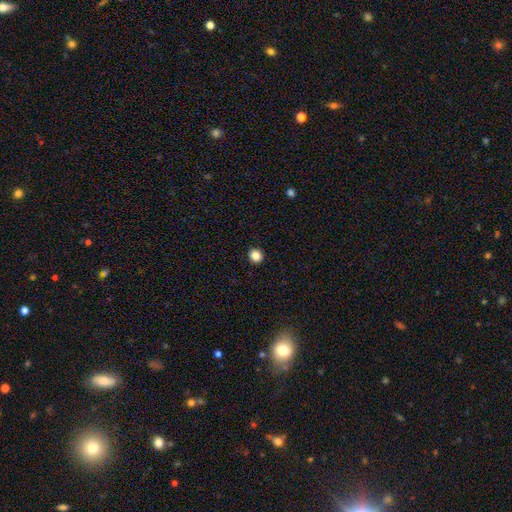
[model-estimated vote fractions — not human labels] Smooth or featured? smooth (85%)
How rounded? round (86%)
Merging? none (93%)